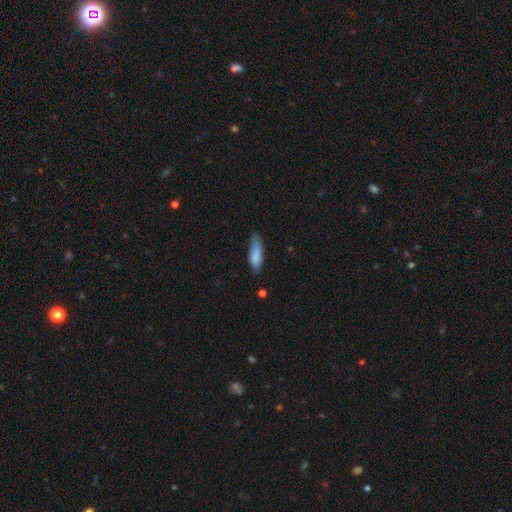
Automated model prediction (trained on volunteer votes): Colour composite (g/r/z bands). It shows a smooth galaxy with no disk features (82%) that is in between round and cigar-shaped (53%). Merging: none (53%).